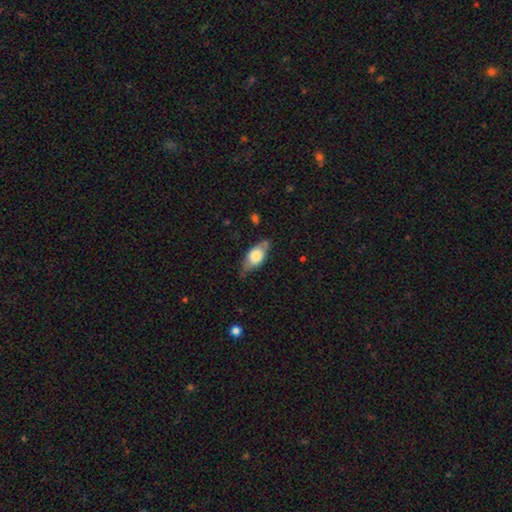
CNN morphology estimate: smooth-or-featured: smooth: 63% | featured or disk: 31% | star or artifact: 6%
  how-rounded: in between: 85% | cigar-shaped: 10% | round: 5%
  merging: none: 66% | minor disturbance: 26% | major disturbance: 6% | merger: 2%